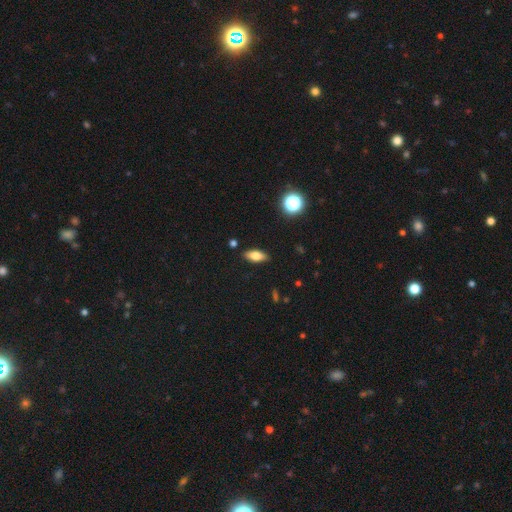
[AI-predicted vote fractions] Morphology: type=smooth (71%); roundness=in between (79%); merging=none (88%).